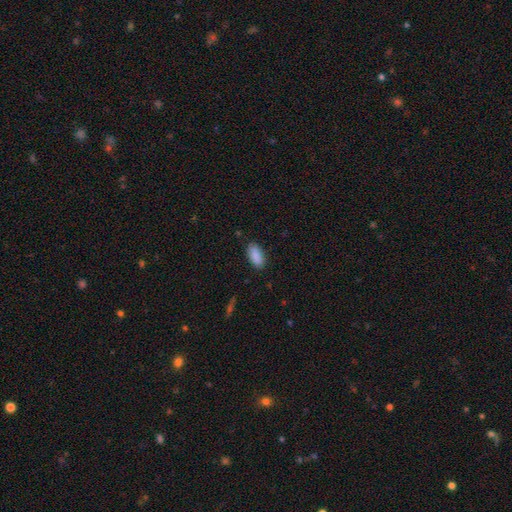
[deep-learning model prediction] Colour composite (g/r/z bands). It shows a smooth galaxy with no disk features (90%) that is in between round and cigar-shaped (91%). Merging: none (86%).